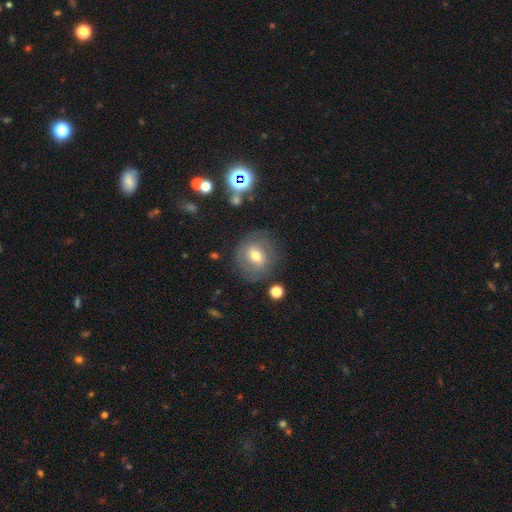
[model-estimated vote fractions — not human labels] Smooth or featured? Predicted: featured or disk (p=0.54). Edge-on disk? Predicted: no (p=0.95). Bar? Predicted: weak (p=0.50). Spiral arms? Predicted: yes (p=0.72). Bulge size? Predicted: moderate (p=0.71). Merging? Predicted: none (p=0.77).